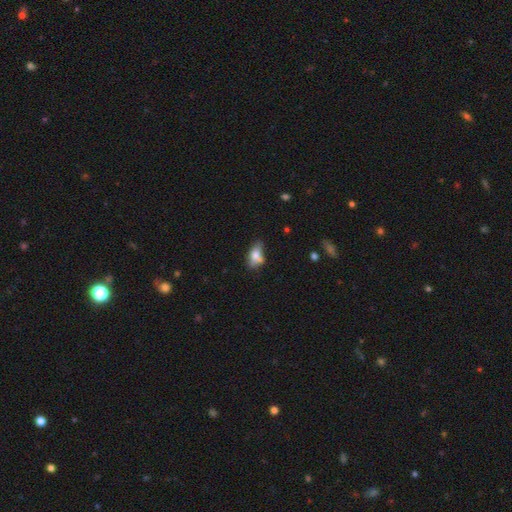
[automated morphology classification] A smooth galaxy with no disk features (68%) that is in between round and cigar-shaped (84%). Merging: none (40%).